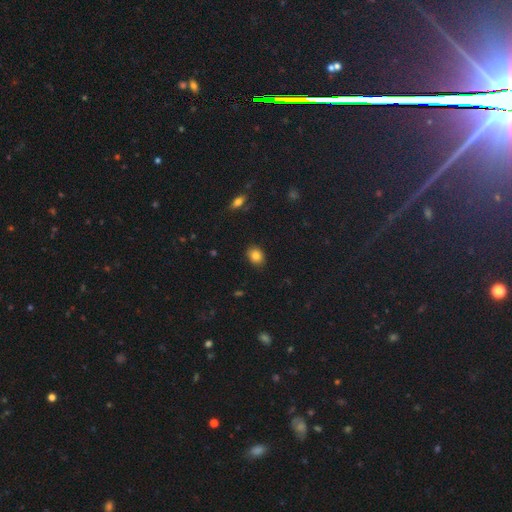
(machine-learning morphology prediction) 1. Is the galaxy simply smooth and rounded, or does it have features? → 83% smooth, 10% star or artifact, 7% featured or disk.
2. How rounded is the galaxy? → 55% in between, 44% round, 1% cigar-shaped.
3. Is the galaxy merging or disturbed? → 86% none, 10% minor disturbance, 2% major disturbance, 1% merger.